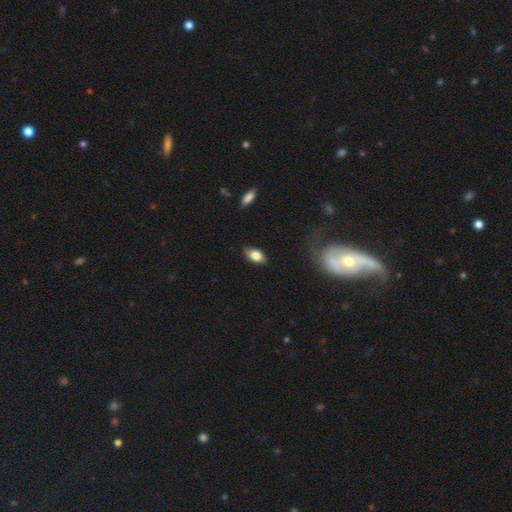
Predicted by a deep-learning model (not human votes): Morphology: type=smooth (72%); roundness=in between (88%); merging=none (83%).